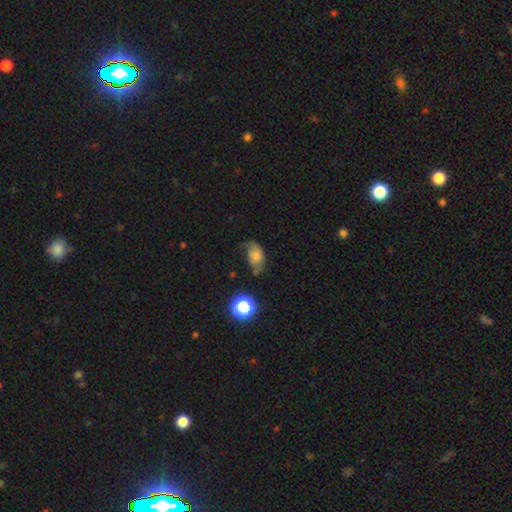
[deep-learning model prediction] A smooth galaxy with no disk features (60%) that is in between round and cigar-shaped (82%). Merging: none (45%).